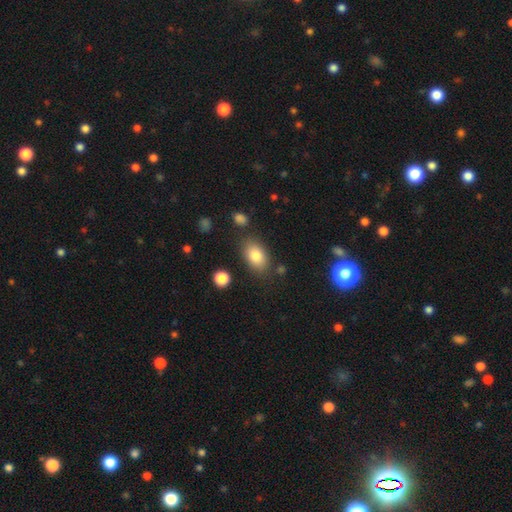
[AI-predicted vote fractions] smooth_or_featured: smooth (p=0.81) [alt: featured or disk p=0.10]
how_rounded: in between (p=0.87) [alt: round p=0.11]
merging: none (p=0.79) [alt: minor disturbance p=0.13]